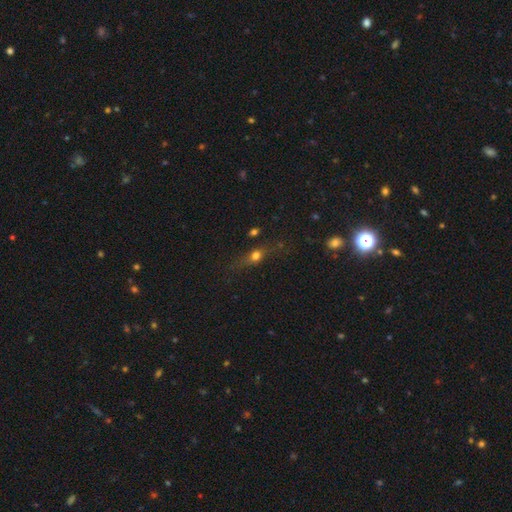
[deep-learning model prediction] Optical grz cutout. It shows a smooth galaxy with no disk features (58%) that is in between round and cigar-shaped (43%). Merging: none (66%).